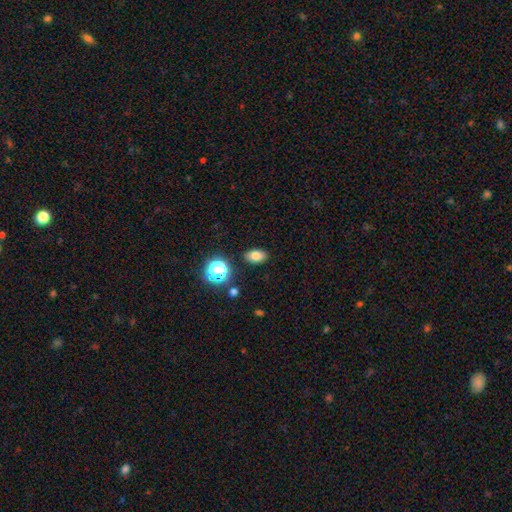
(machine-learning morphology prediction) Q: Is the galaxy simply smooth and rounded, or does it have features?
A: smooth — 79%.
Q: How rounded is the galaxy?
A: in between — 85%.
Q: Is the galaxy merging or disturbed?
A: none — 87%.